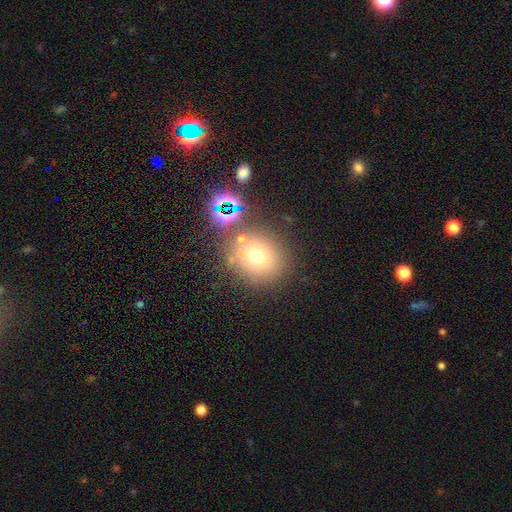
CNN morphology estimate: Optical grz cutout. It shows a smooth galaxy with no disk features (63%) that is round (80%). Merging: none (67%).